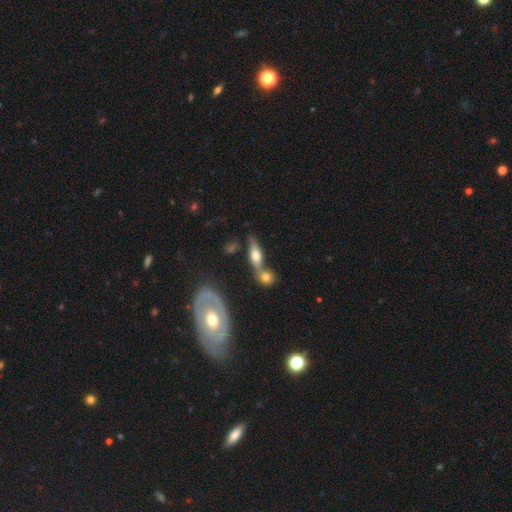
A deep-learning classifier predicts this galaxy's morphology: Smooth or featured?
  - smooth: 49% *
  - featured or disk: 43%
  - star or artifact: 8%
Merging?
  - merger: 42% *
  - none: 41%
  - minor disturbance: 11%
  - major disturbance: 6%